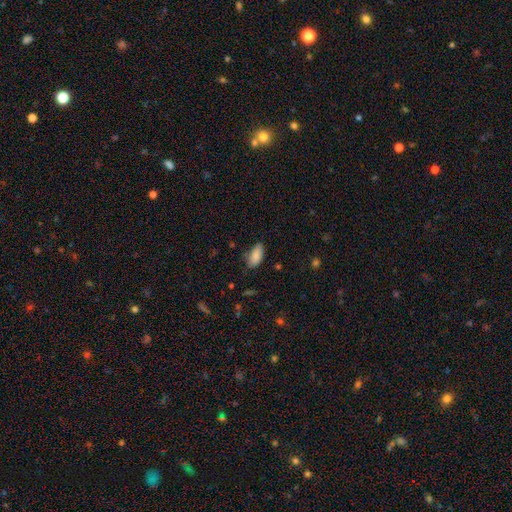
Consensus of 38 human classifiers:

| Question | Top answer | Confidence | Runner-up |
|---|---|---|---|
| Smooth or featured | smooth | 87% | star or artifact (8%) |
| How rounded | in between | 91% | cigar-shaped (6%) |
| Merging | none | 57% | minor disturbance (34%) |